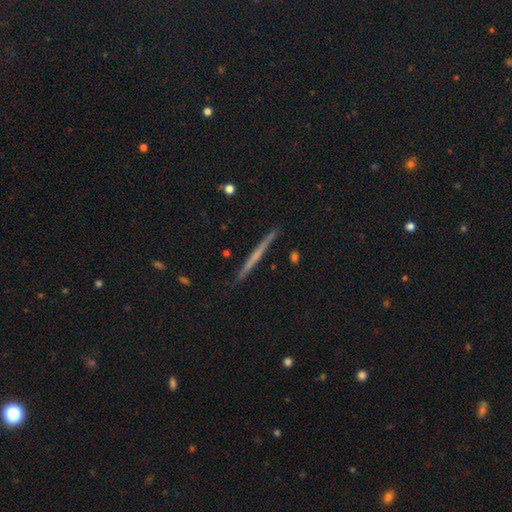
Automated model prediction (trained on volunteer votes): Overall: featured or disk (56%; smooth 37%). Edge-on disk: yes (98%). Edge-on bulge: none (80%). Merging: none (91%).